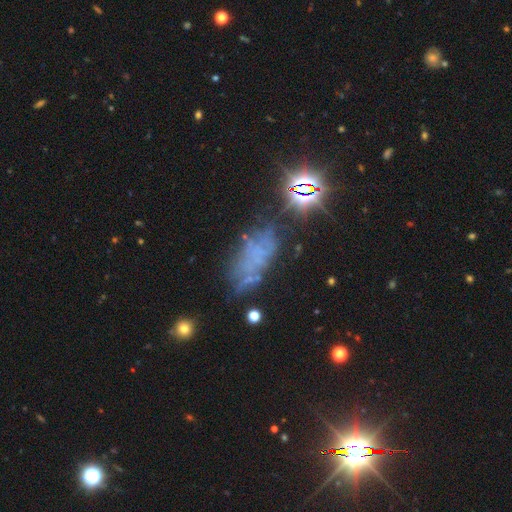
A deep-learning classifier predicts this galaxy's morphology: Smooth or featured? featured or disk (36%)
Merging? none (51%)